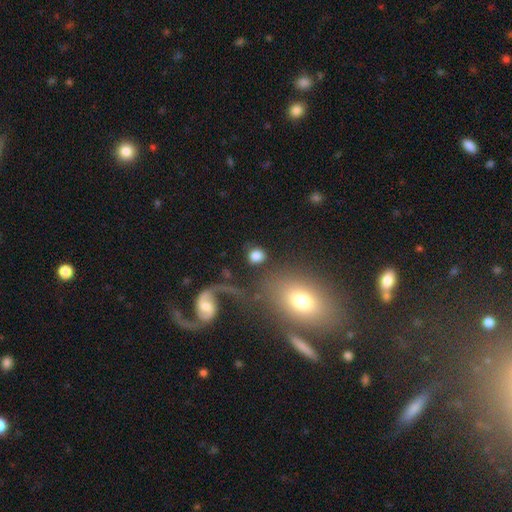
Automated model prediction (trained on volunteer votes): smooth-or-featured: smooth: 79% | featured or disk: 12% | star or artifact: 9%
  how-rounded: round: 75% | in between: 23% | cigar-shaped: 2%
  merging: none: 75% | minor disturbance: 10% | merger: 8% | major disturbance: 7%